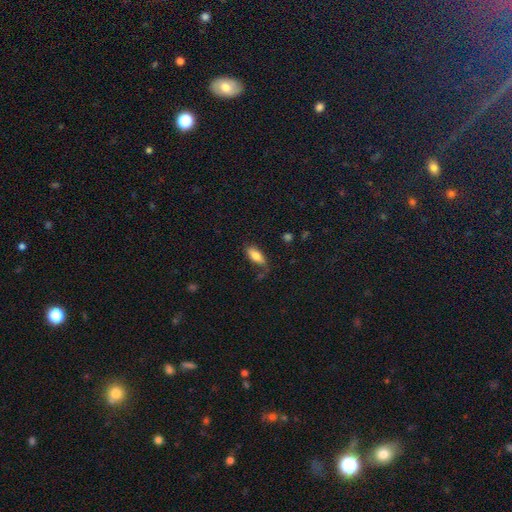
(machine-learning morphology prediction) Smooth or featured? Predicted: smooth (p=0.81). How rounded? Predicted: in between (p=0.78). Merging? Predicted: none (p=0.68).